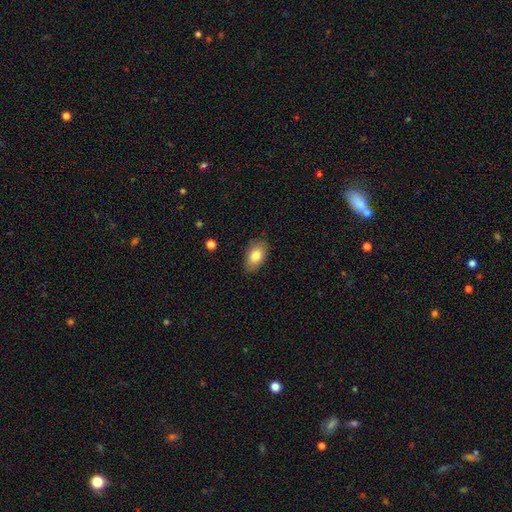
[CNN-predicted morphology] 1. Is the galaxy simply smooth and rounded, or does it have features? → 80% smooth, 13% featured or disk, 7% star or artifact.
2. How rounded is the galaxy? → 91% in between, 7% round, 2% cigar-shaped.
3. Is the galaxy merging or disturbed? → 85% none, 12% minor disturbance, 2% major disturbance, 1% merger.